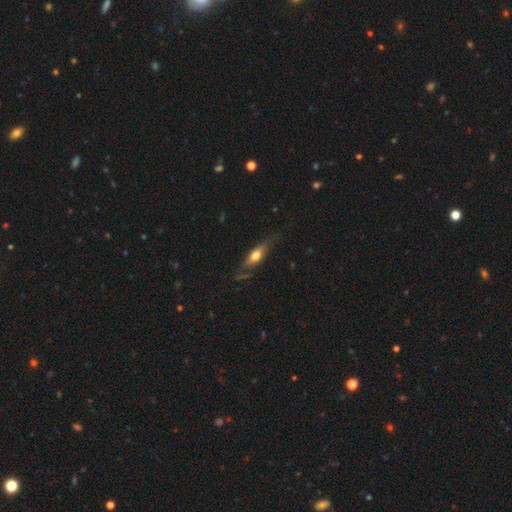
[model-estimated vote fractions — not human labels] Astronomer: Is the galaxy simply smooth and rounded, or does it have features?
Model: smooth — 51% (runner-up: featured or disk, 42%).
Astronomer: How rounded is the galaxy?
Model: in between — 50% (runner-up: cigar-shaped, 46%).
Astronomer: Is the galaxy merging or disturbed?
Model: none — 67%.